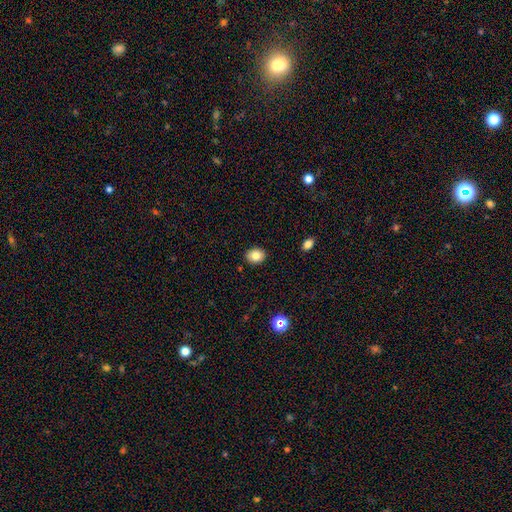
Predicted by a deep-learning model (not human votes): Q: Smooth or featured?
A: smooth (82%); runner-up: star or artifact (9%)
Q: How rounded?
A: in between (50%); runner-up: round (49%)
Q: Merging?
A: none (89%); runner-up: minor disturbance (8%)